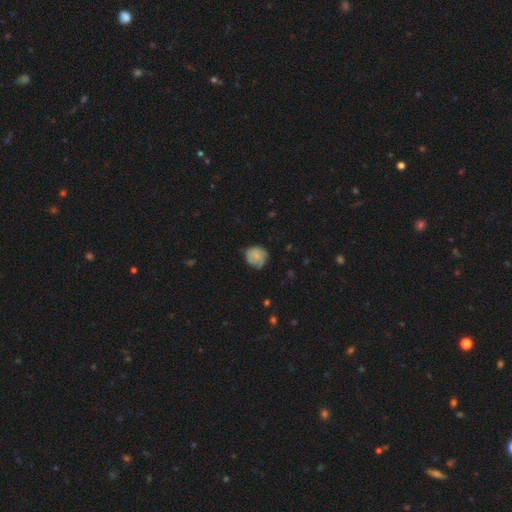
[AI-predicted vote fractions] This is likely a smooth galaxy (71%). How rounded: clearly round (82%). Merging: likely none (61%).